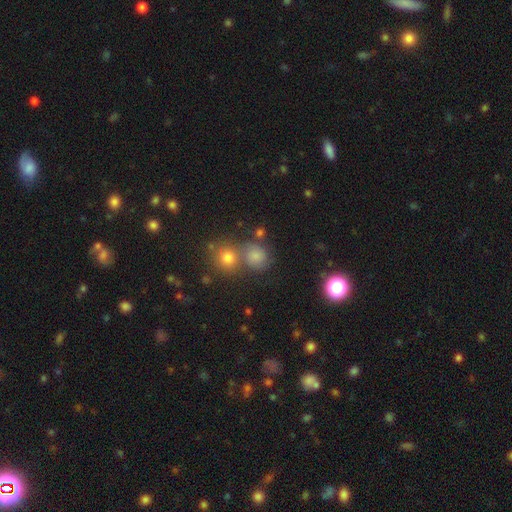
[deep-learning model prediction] Smooth or featured? smooth (68%)
How rounded? round (75%)
Merging? none (51%)